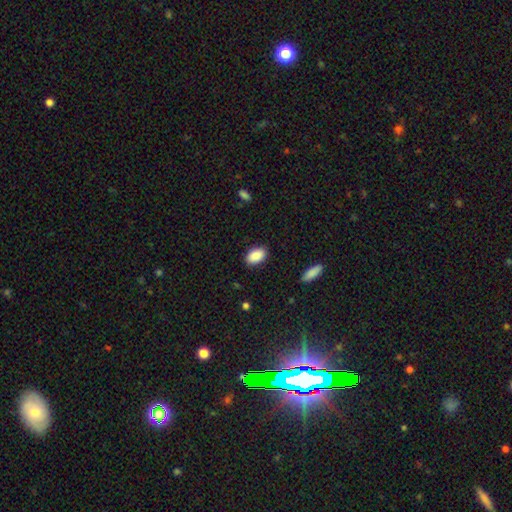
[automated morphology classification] A smooth galaxy with no disk features (89%) that is in between round and cigar-shaped (91%). Merging: none (87%).